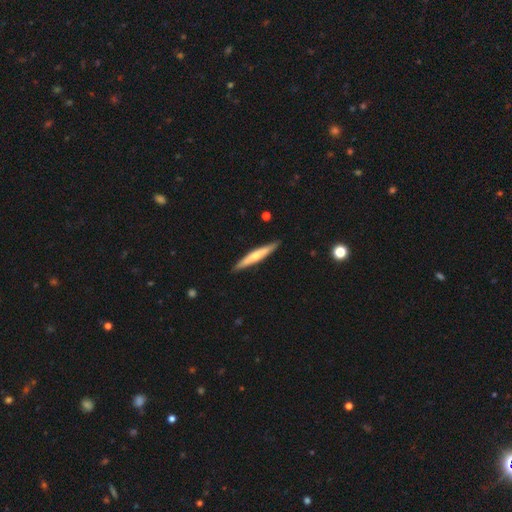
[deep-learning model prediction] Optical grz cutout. It shows a featured or disk galaxy (48%). Merging: none (89%).